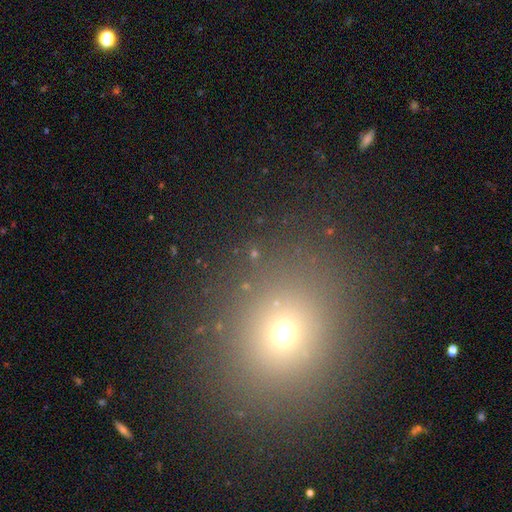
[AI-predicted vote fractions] smooth 47%, star or artifact 43%, featured or disk 10%. Down the decision tree: merging — none (83%).